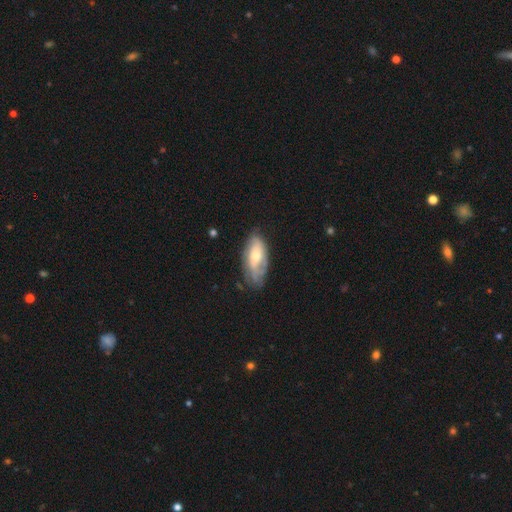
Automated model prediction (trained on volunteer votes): The model was most divided on "smooth or featured": featured or disk: 56%, smooth: 38%, star or artifact: 6%. More confident: edge-on disk — no (87%); merging — none (54%).